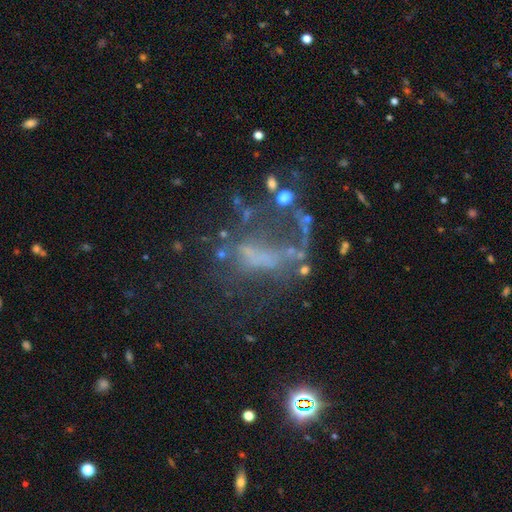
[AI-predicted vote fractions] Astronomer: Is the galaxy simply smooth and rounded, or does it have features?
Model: featured or disk — 58%.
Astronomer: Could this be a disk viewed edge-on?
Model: no — 95%.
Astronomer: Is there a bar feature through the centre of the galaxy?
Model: no — 64%.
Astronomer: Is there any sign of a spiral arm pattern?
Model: no — 67%.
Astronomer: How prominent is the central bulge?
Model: none — 68%.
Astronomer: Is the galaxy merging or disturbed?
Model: major disturbance — 44% (runner-up: none, 32%).